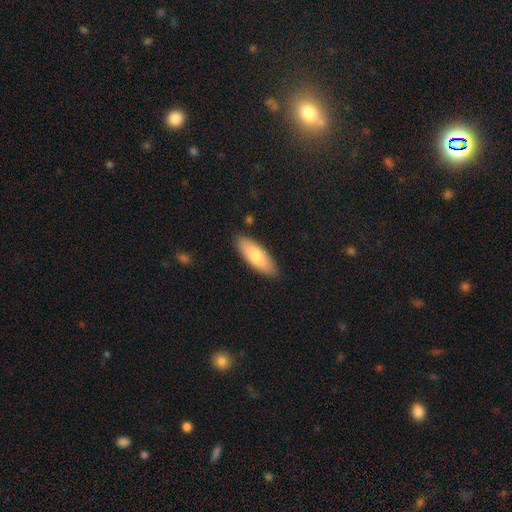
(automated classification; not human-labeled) Morphology: type=smooth (78%); roundness=in between (70%); merging=none (87%).